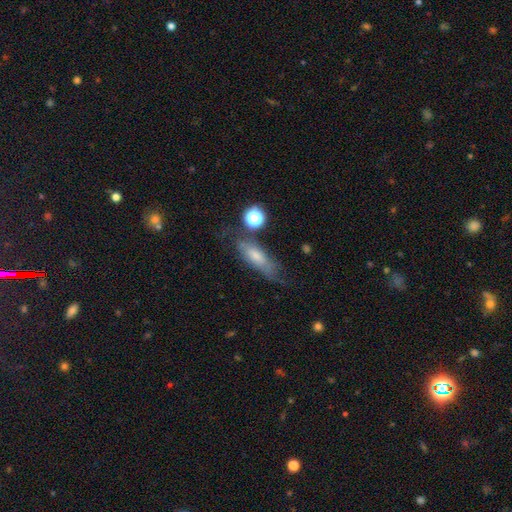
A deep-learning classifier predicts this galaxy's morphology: Q: Smooth or featured?
A: smooth (58%); runner-up: featured or disk (31%)
Q: How rounded?
A: in between (50%); runner-up: cigar-shaped (45%)
Q: Merging?
A: none (53%); runner-up: minor disturbance (26%)